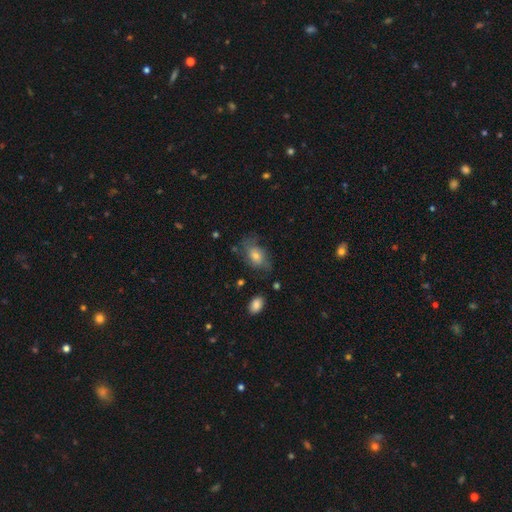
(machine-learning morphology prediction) smooth_or_featured: featured or disk (p=0.44) [alt: smooth p=0.43]
merging: none (p=0.62) [alt: minor disturbance p=0.23]